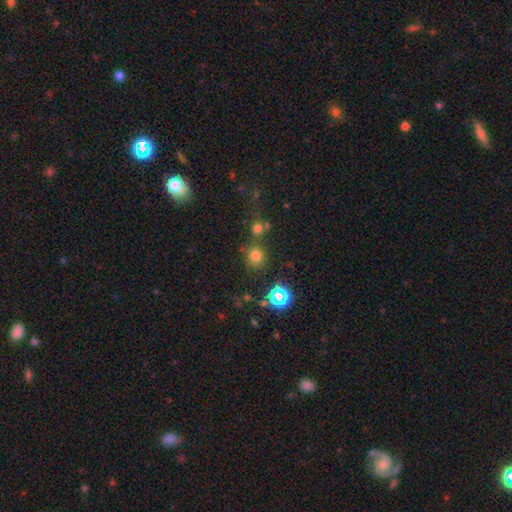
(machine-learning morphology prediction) Smooth or featured? Predicted: smooth (p=0.69). How rounded? Predicted: round (p=0.86). Merging? Predicted: none (p=0.73).